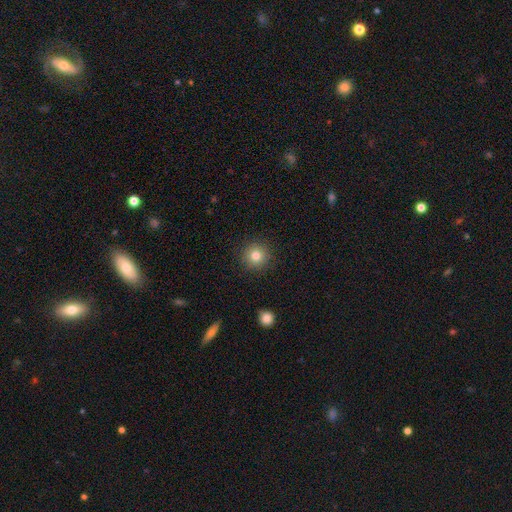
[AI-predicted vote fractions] smooth-or-featured: smooth: 80% | star or artifact: 12% | featured or disk: 8%
  how-rounded: round: 95% | in between: 4% | cigar-shaped: 1%
  merging: none: 91% | minor disturbance: 6% | major disturbance: 2% | merger: 1%